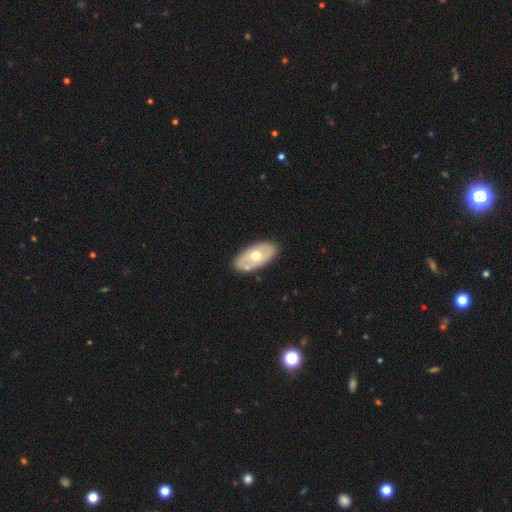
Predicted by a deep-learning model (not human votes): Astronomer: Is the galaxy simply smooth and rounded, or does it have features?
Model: smooth — 51% (runner-up: featured or disk, 43%).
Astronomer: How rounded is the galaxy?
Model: in between — 92%.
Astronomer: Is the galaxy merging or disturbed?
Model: none — 82%.